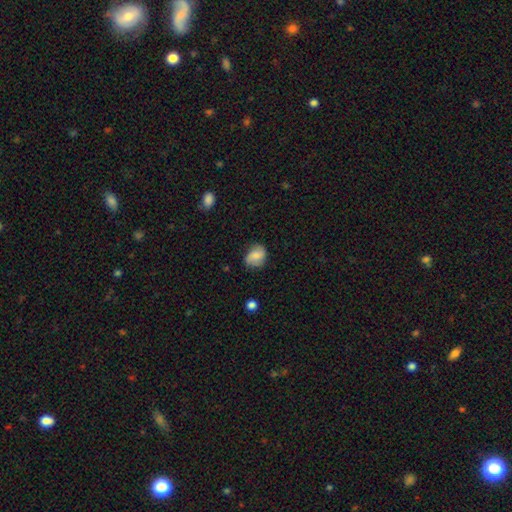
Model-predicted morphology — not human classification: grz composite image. It shows a smooth galaxy with no disk features (64%) that is round (50%). Merging: none (69%).